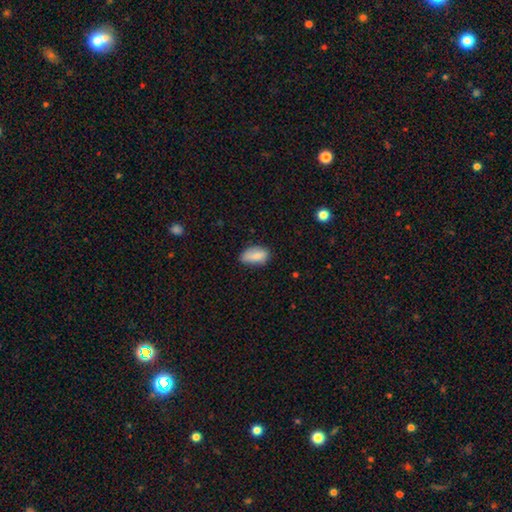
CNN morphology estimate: A smooth galaxy with no disk features (83%) that is in between round and cigar-shaped (91%). Merging: none (66%).